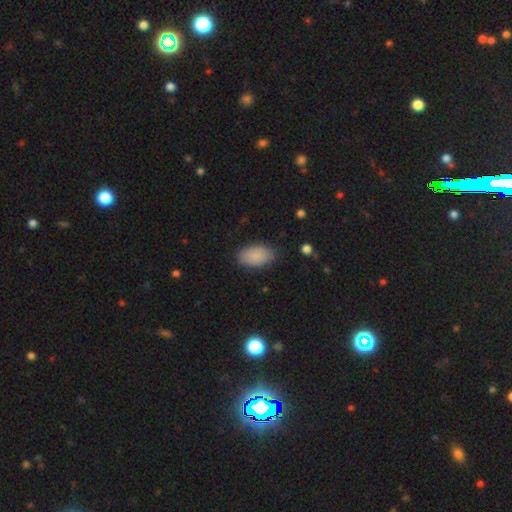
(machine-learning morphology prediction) smooth_or_featured: smooth (p=0.87) [alt: star or artifact p=0.07]
how_rounded: in between (p=0.94) [alt: round p=0.04]
merging: none (p=0.83) [alt: minor disturbance p=0.13]